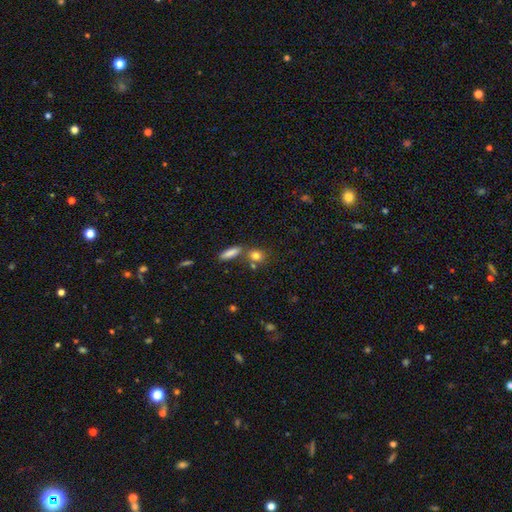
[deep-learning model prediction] This appears to be a smooth galaxy with no disk features (81%) that is round (51%). Merging: none (63%).